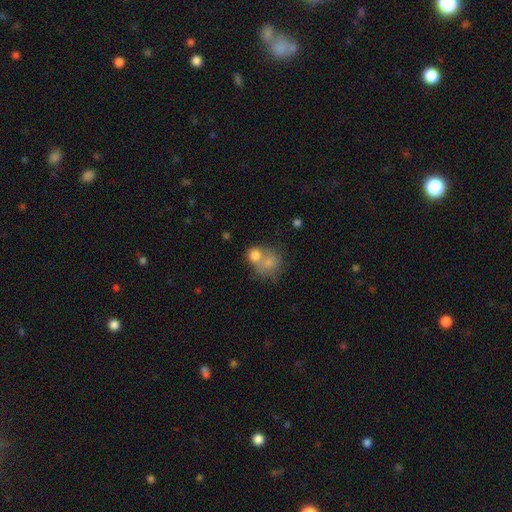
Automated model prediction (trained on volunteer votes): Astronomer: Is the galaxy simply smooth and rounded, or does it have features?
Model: smooth — 76%.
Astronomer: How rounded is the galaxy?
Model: round — 73%.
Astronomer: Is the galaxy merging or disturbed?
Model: merger — 59%.